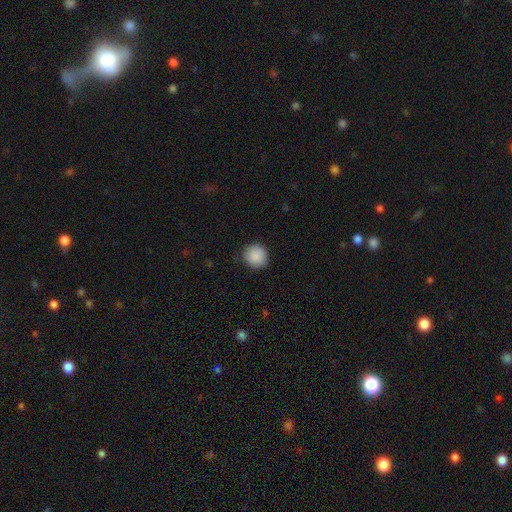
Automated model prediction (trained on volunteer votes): smooth-or-featured: smooth: 89% | star or artifact: 8% | featured or disk: 3%
  how-rounded: round: 90% | in between: 9% | cigar-shaped: 1%
  merging: none: 84% | minor disturbance: 12% | major disturbance: 3% | merger: 1%